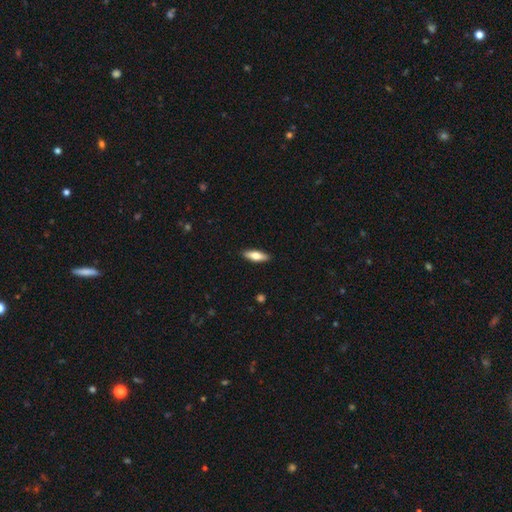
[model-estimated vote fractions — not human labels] This is likely a smooth galaxy (65%). How rounded: possibly in between (52%). Merging: clearly none (91%).